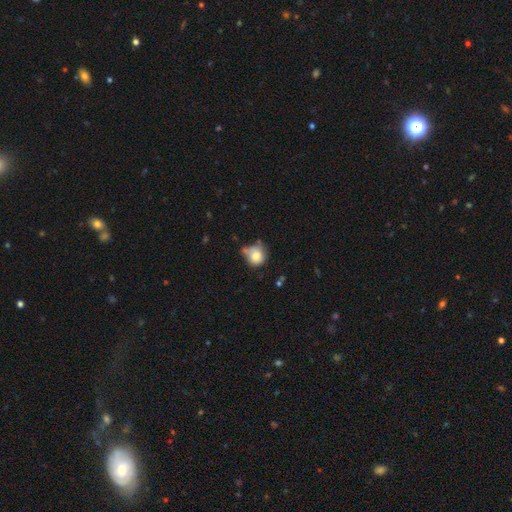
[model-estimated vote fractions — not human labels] Smooth or featured? smooth (78%)
How rounded? round (81%)
Merging? none (45%)